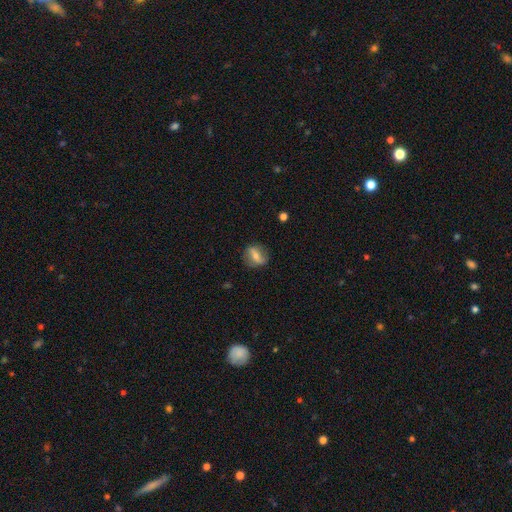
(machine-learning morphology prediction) Smooth or featured: featured or disk — 52% (smooth — 40%)
Edge-on disk: no — 87% (yes — 13%)
Merging: none — 79% (minor disturbance — 15%)